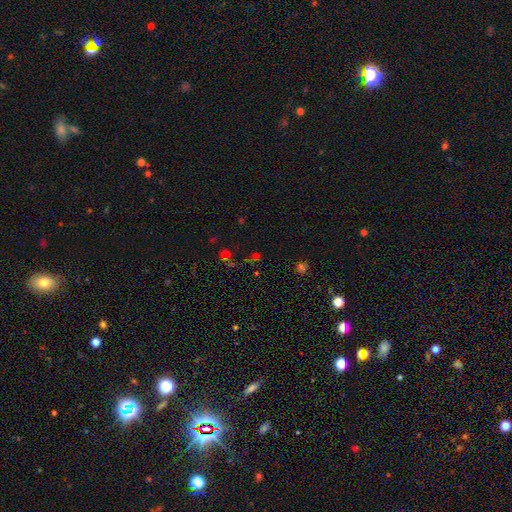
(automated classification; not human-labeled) A star or artifact, not a galaxy (54%).

Vote fractions:
- Smooth or featured? star or artifact: 54% / smooth: 35% / featured or disk: 11%